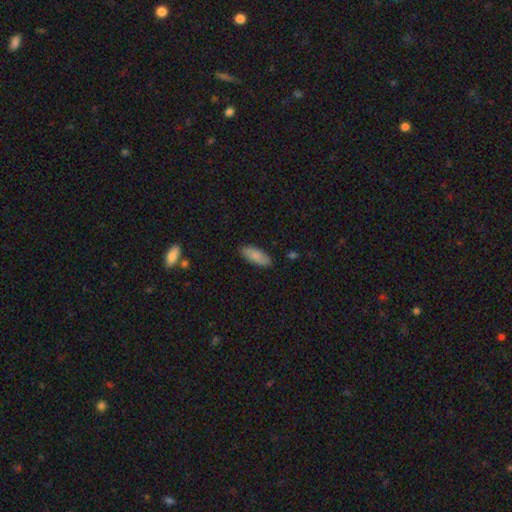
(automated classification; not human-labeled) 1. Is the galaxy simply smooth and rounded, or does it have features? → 84% smooth, 10% featured or disk, 6% star or artifact.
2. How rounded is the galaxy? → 80% in between, 18% cigar-shaped, 2% round.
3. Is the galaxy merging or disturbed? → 87% none, 10% minor disturbance, 2% major disturbance, 1% merger.